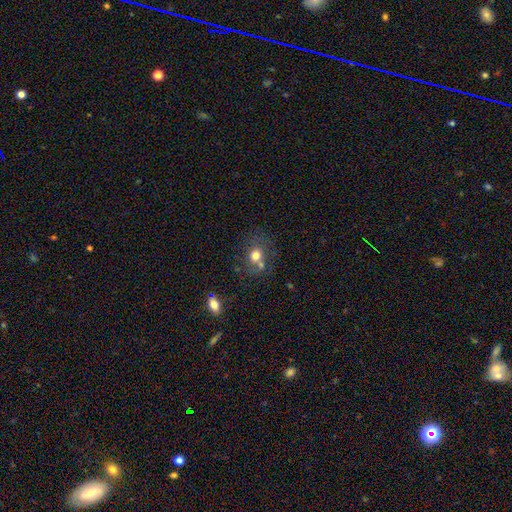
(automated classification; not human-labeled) smooth_or_featured: smooth (p=0.72) [alt: featured or disk p=0.16]
how_rounded: round (p=0.66) [alt: in between p=0.33]
merging: none (p=0.48) [alt: merger p=0.29]